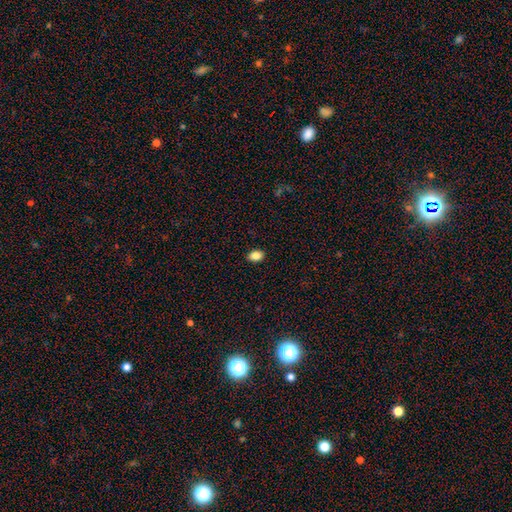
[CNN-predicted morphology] Smooth or featured?
  - smooth: 86% *
  - star or artifact: 9%
  - featured or disk: 4%
How rounded?
  - in between: 79% *
  - round: 20%
  - cigar-shaped: 1%
Merging?
  - none: 89% *
  - minor disturbance: 8%
  - major disturbance: 2%
  - merger: 1%